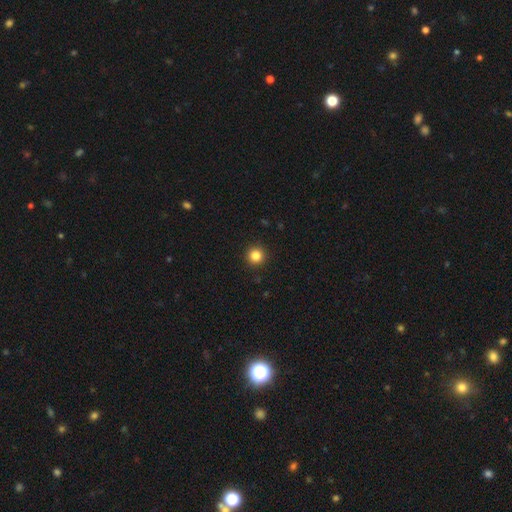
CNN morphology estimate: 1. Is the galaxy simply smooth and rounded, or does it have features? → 84% smooth, 11% star or artifact, 4% featured or disk.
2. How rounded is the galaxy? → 96% round, 3% in between, 1% cigar-shaped.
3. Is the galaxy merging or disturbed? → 93% none, 4% minor disturbance, 2% major disturbance, 1% merger.